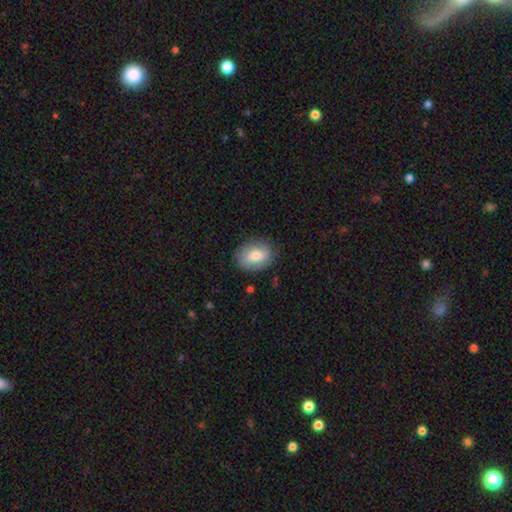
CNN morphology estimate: A smooth galaxy with no disk features (73%) that is in between round and cigar-shaped (75%).

Vote fractions:
- Smooth or featured? smooth: 73% / featured or disk: 20% / star or artifact: 7%
- How rounded? in between: 75% / round: 24% / cigar-shaped: 1%
- Merging? none: 84% / minor disturbance: 12% / major disturbance: 3% / merger: 1%